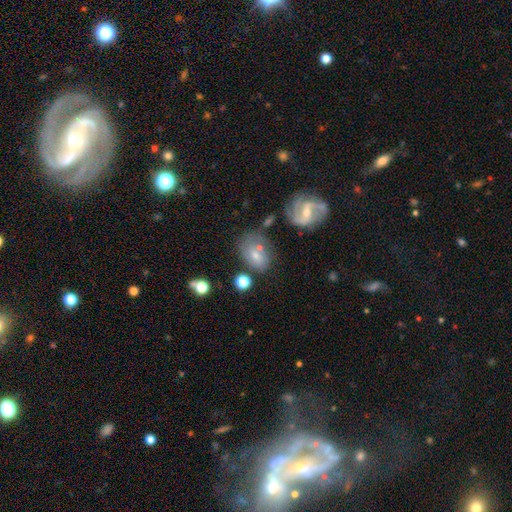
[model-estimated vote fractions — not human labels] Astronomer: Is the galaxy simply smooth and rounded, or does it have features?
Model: featured or disk — 43% (runner-up: smooth, 41%).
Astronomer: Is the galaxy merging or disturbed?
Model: none — 57%.